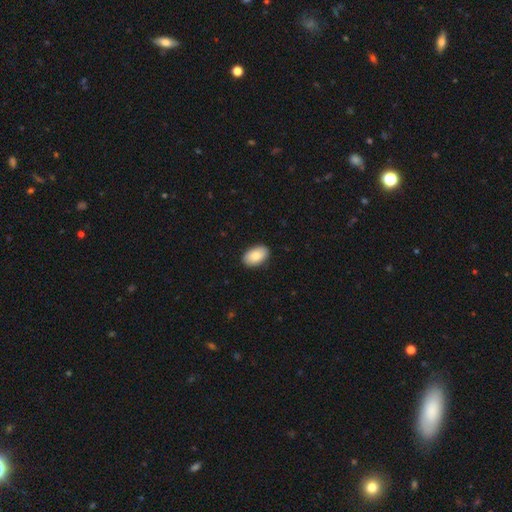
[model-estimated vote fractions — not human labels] Overall: smooth (84%). How rounded: in between (93%). Merging: none (89%).